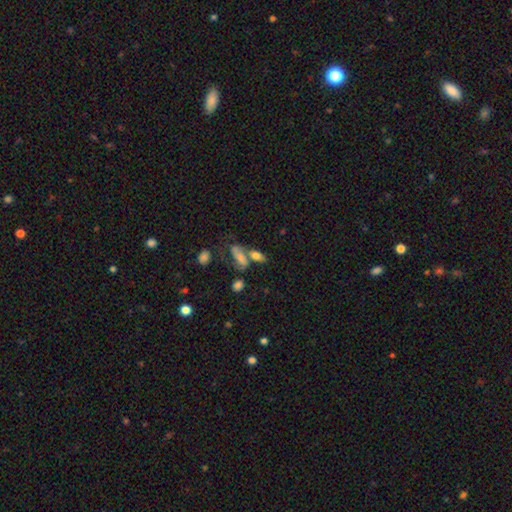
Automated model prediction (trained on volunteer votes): A smooth galaxy with no disk features (68%) that is in between round and cigar-shaped (77%). Merging: merger (43%).